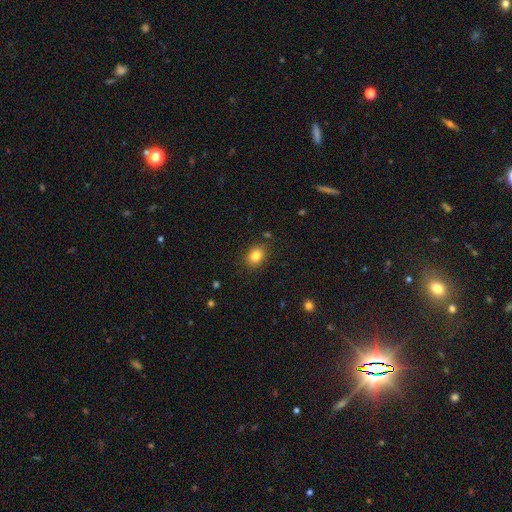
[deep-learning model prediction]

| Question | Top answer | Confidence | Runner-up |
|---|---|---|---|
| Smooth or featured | smooth | 83% | star or artifact (10%) |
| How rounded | in between | 55% | round (44%) |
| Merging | none | 85% | minor disturbance (10%) |